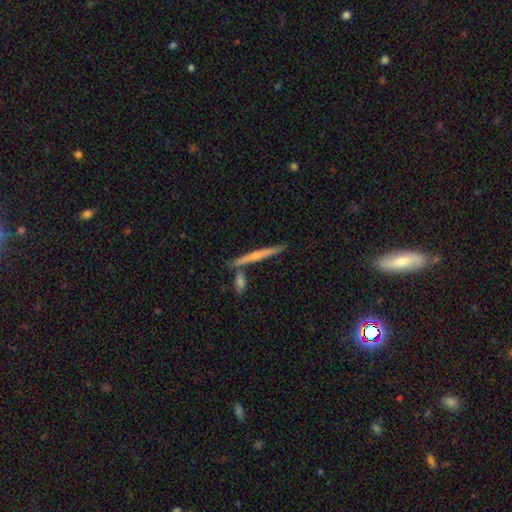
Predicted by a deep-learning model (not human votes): Smooth or featured? featured or disk (53%)
Edge-on disk? yes (96%)
Edge-on bulge? none (50%)
Merging? none (78%)